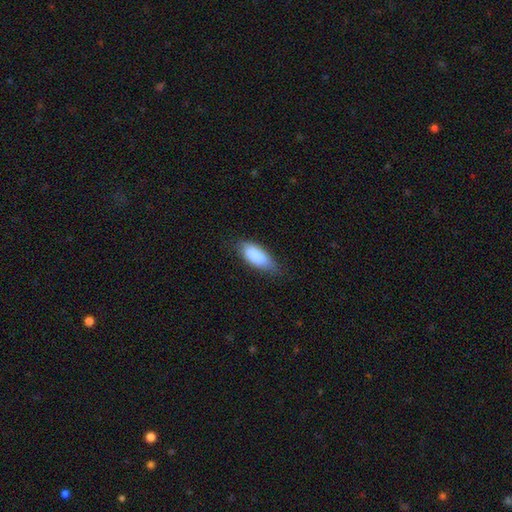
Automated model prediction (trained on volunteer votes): smooth 87%, featured or disk 7%, star or artifact 6%. Down the decision tree: how rounded — in between (84%); merging — none (72%).